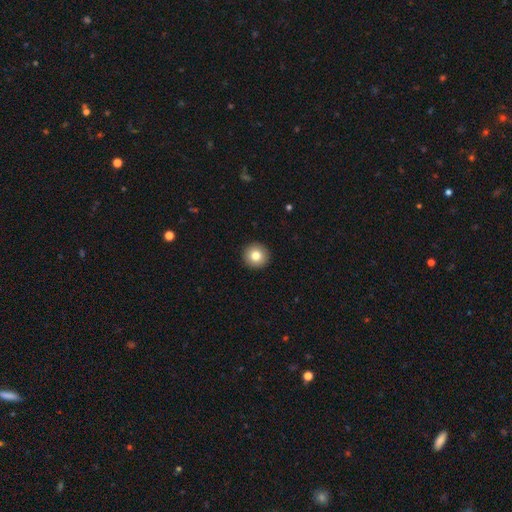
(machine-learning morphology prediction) A smooth galaxy with no disk features (80%) that is round (95%).

Vote fractions:
- Smooth or featured? smooth: 80% / featured or disk: 11% / star or artifact: 10%
- How rounded? round: 95% / in between: 4% / cigar-shaped: 1%
- Merging? none: 94% / minor disturbance: 4% / major disturbance: 1% / merger: 1%